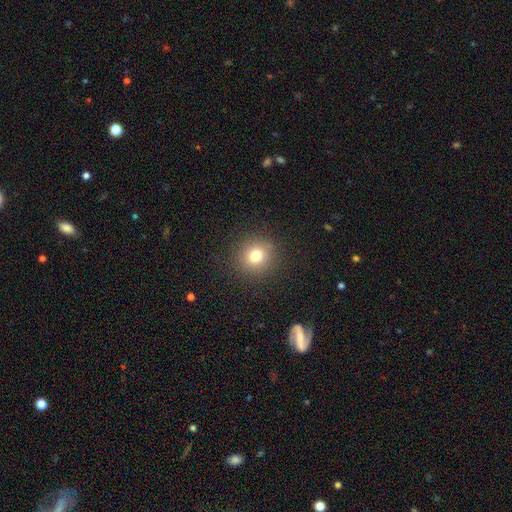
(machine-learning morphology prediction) Overall: smooth (77%). How rounded: round (90%). Merging: none (90%).